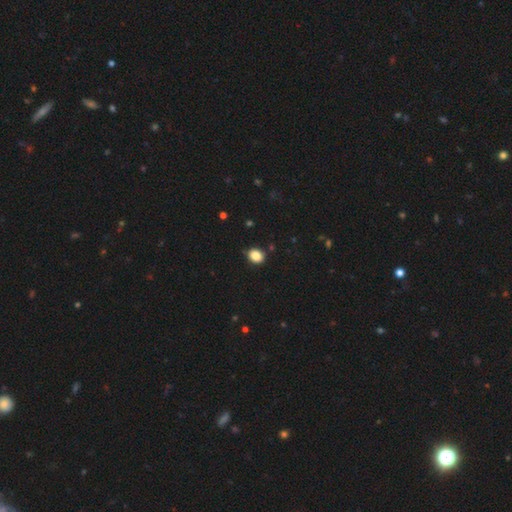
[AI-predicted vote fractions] This appears to be a smooth galaxy with no disk features (85%) that is round (61%). Merging: none (85%).